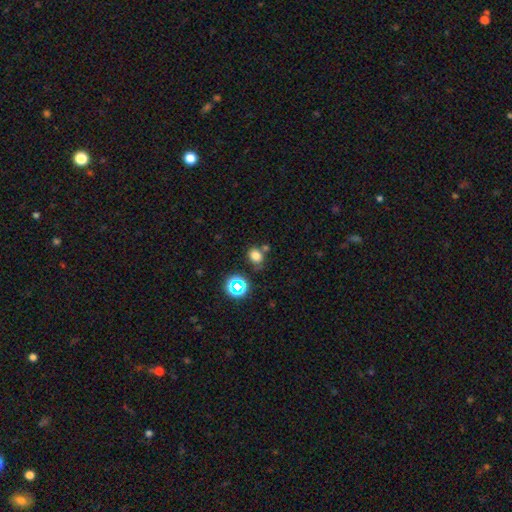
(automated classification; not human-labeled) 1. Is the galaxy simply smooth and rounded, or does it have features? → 75% smooth, 18% star or artifact, 7% featured or disk.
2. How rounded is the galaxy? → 51% round, 48% in between, 1% cigar-shaped.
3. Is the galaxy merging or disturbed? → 66% none, 16% minor disturbance, 14% merger, 5% major disturbance.